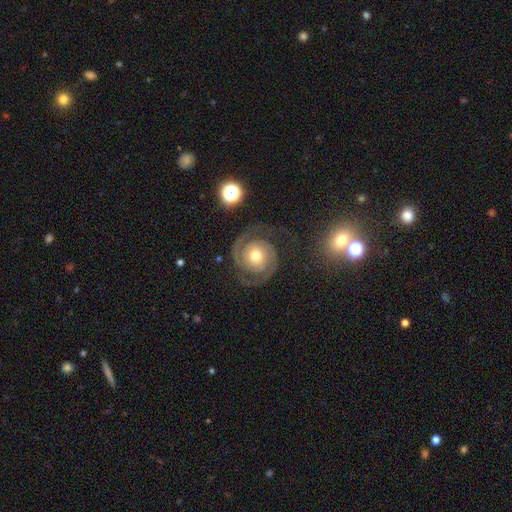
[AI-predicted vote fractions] Q: Smooth or featured?
A: featured or disk (88%); runner-up: smooth (6%)
Q: Edge-on disk?
A: no (98%); runner-up: yes (2%)
Q: Bar?
A: no (74%); runner-up: weak (20%)
Q: Spiral arms?
A: yes (98%); runner-up: no (2%)
Q: Spiral winding?
A: tight (54%); runner-up: medium (37%)
Q: Spiral arm count?
A: 2 (92%); runner-up: can't tell (2%)
Q: Bulge size?
A: moderate (67%); runner-up: small (23%)
Q: Merging?
A: none (78%); runner-up: minor disturbance (12%)